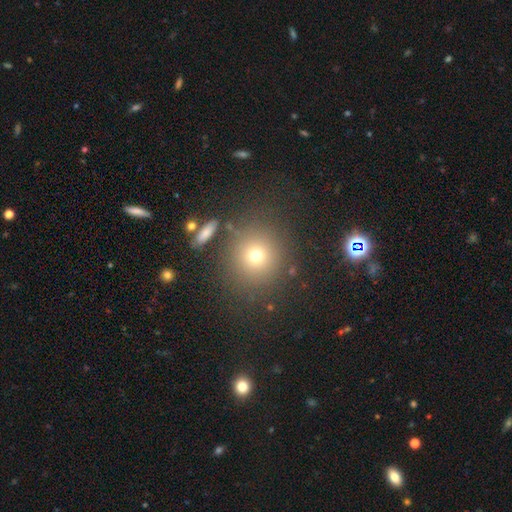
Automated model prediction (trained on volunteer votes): Smooth or featured? smooth (71%)
How rounded? round (90%)
Merging? none (83%)